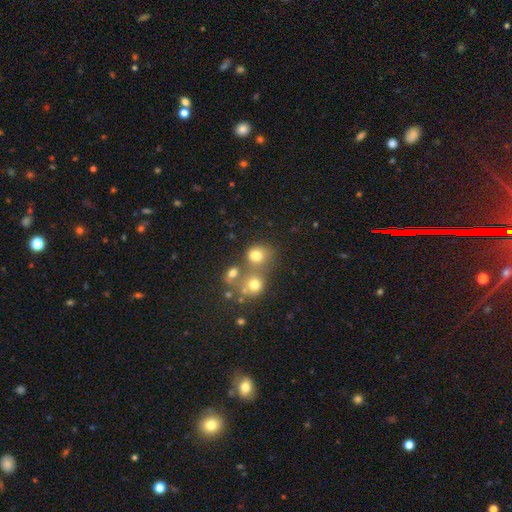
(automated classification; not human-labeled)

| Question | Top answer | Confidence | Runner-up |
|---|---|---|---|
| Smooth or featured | smooth | 74% | star or artifact (14%) |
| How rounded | round | 71% | in between (28%) |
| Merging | none | 43% | merger (39%) |